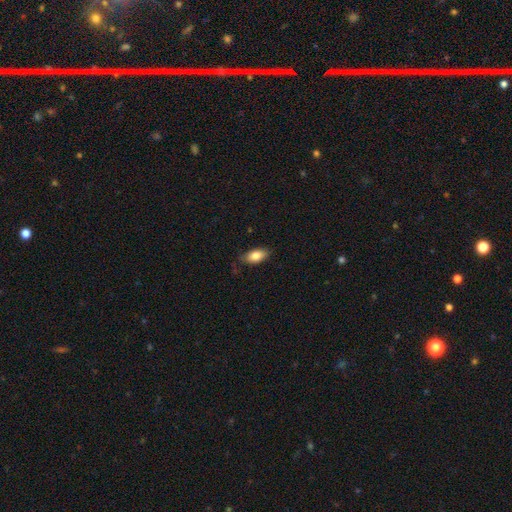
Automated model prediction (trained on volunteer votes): Overall: smooth (83%). How rounded: in between (90%). Merging: none (78%).